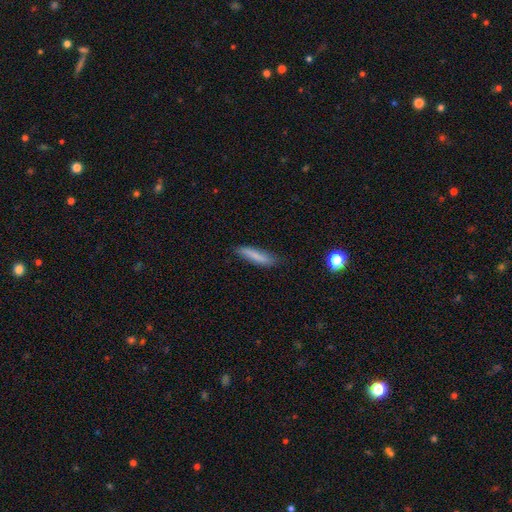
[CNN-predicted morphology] Smooth or featured: smooth — 79% (featured or disk — 14%)
How rounded: cigar-shaped — 78% (in between — 20%)
Merging: none — 73% (minor disturbance — 21%)